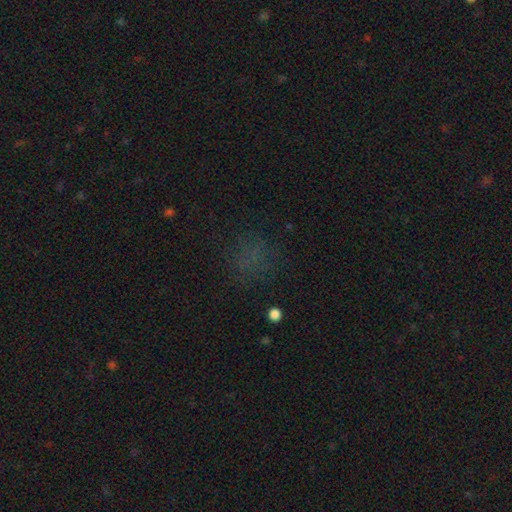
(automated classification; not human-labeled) Overall: smooth (51%; star or artifact 39%). How rounded: round (81%). Merging: none (78%).